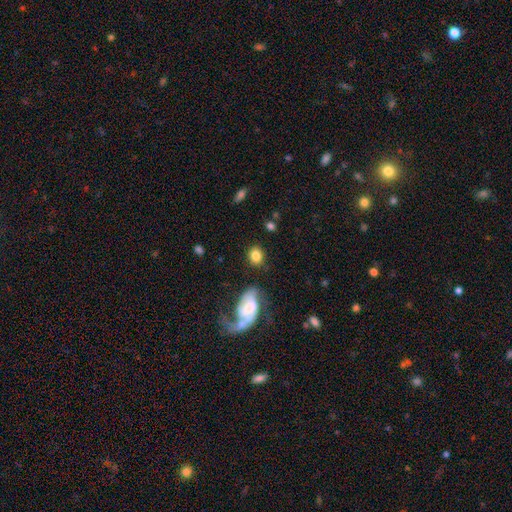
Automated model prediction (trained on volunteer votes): A smooth galaxy with no disk features (79%) that is round (64%). Merging: none (77%).